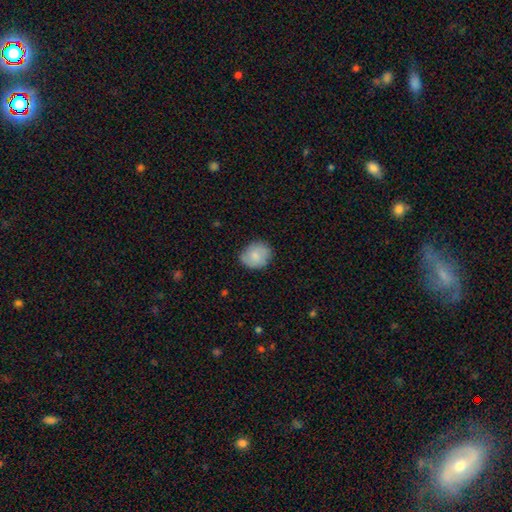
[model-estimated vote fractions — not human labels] Smooth or featured: smooth — 74% (featured or disk — 19%)
How rounded: round — 69% (in between — 30%)
Merging: none — 77% (minor disturbance — 18%)